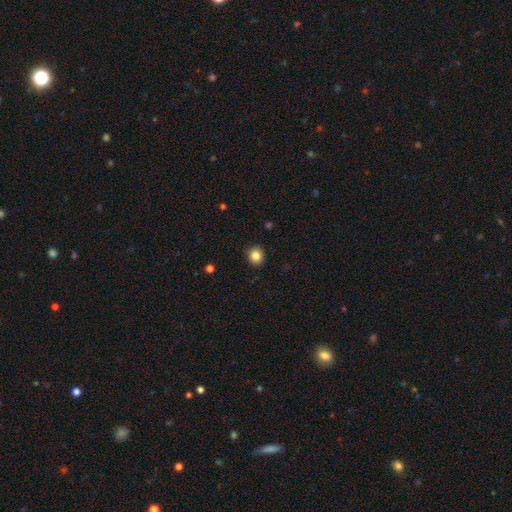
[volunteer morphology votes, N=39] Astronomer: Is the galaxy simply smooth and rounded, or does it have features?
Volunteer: smooth — 85%.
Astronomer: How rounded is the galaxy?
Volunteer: round — 94%.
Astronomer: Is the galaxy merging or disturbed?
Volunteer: none — 91%.